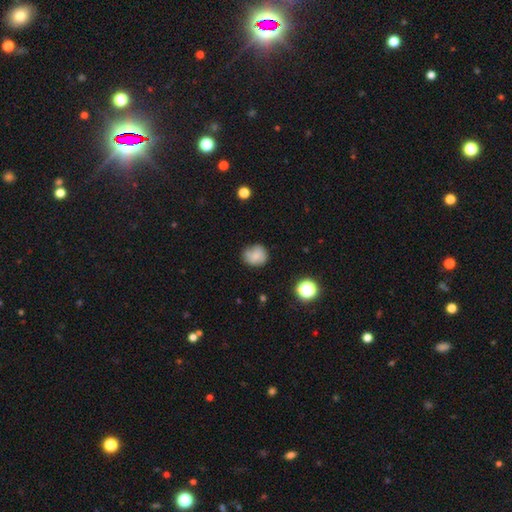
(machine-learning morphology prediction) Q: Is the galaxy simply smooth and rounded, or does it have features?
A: smooth — 66%.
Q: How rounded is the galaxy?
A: round — 78%.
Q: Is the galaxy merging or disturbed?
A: none — 67%.